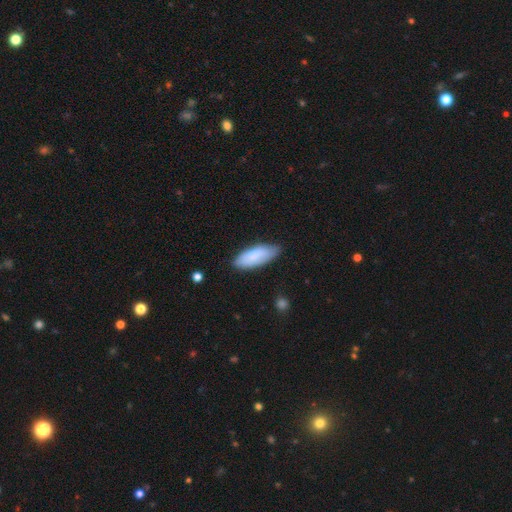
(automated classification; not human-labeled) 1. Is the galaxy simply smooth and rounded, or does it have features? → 84% smooth, 11% featured or disk, 6% star or artifact.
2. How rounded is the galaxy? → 76% in between, 22% cigar-shaped, 2% round.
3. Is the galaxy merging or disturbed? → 74% none, 21% minor disturbance, 3% major disturbance, 2% merger.